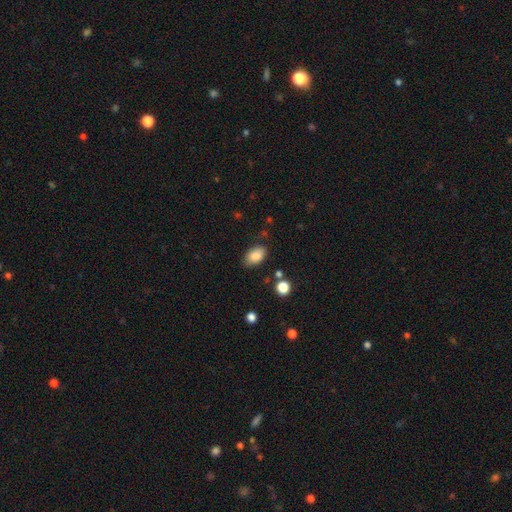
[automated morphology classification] A smooth galaxy with no disk features (86%) that is in between round and cigar-shaped (90%).

Vote fractions:
- Smooth or featured? smooth: 86% / star or artifact: 8% / featured or disk: 6%
- How rounded? in between: 90% / round: 8% / cigar-shaped: 1%
- Merging? none: 79% / minor disturbance: 15% / major disturbance: 4% / merger: 2%